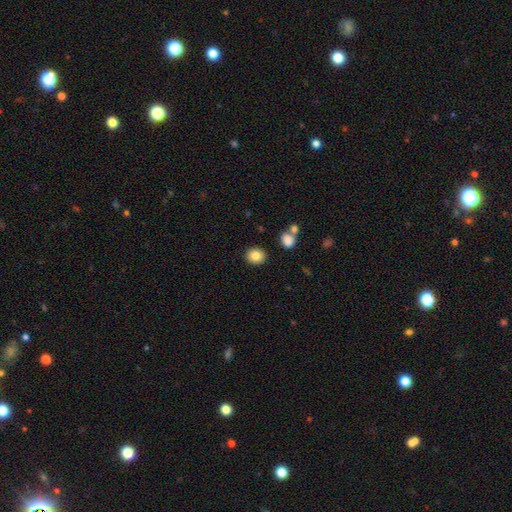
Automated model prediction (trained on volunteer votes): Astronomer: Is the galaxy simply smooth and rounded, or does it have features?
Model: smooth — 84%.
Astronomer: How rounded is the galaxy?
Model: round — 74%.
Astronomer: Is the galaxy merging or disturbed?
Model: none — 88%.